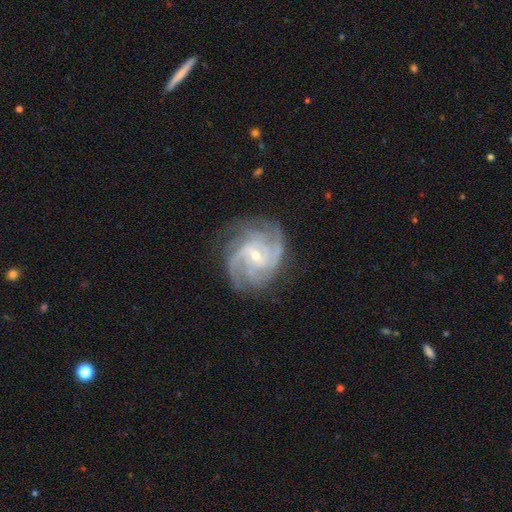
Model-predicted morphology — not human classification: Q: Smooth or featured?
A: featured or disk (91%); runner-up: star or artifact (5%)
Q: Edge-on disk?
A: no (98%); runner-up: yes (2%)
Q: Bar?
A: weak (43%); runner-up: no (42%)
Q: Spiral arms?
A: yes (98%); runner-up: no (2%)
Q: Spiral winding?
A: tight (56%); runner-up: medium (37%)
Q: Spiral arm count?
A: 3 (30%); tied with: 4 (30%)
Q: Bulge size?
A: small (66%); runner-up: moderate (32%)
Q: Merging?
A: none (77%); runner-up: minor disturbance (16%)